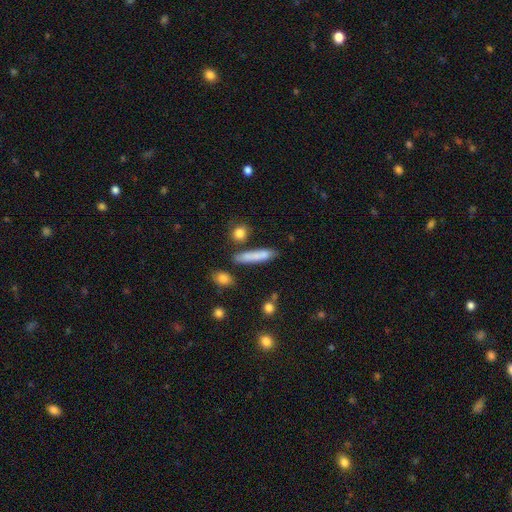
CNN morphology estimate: Smooth or featured? Predicted: smooth (p=0.77). How rounded? Predicted: cigar-shaped (p=0.82). Merging? Predicted: none (p=0.73).